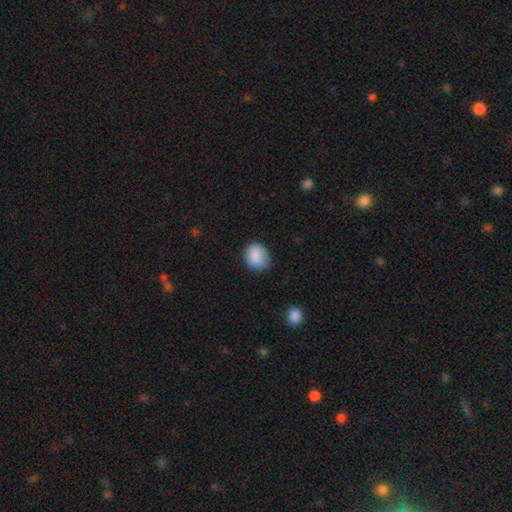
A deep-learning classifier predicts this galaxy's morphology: This appears to be a smooth galaxy with no disk features (87%) that is round (55%). Merging: none (76%).